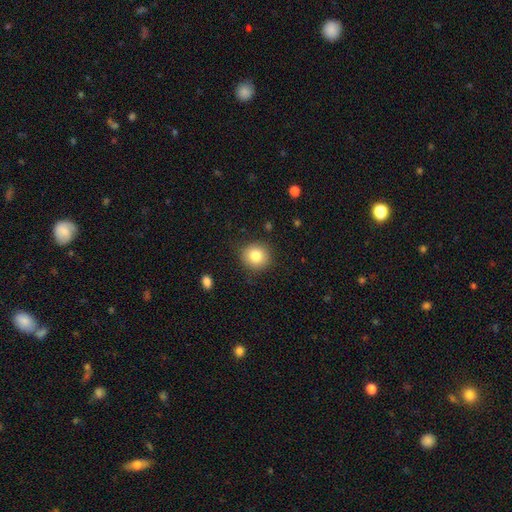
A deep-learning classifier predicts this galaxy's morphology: smooth_or_featured: smooth (p=0.82) [alt: star or artifact p=0.10]
how_rounded: round (p=0.86) [alt: in between p=0.13]
merging: none (p=0.87) [alt: minor disturbance p=0.09]